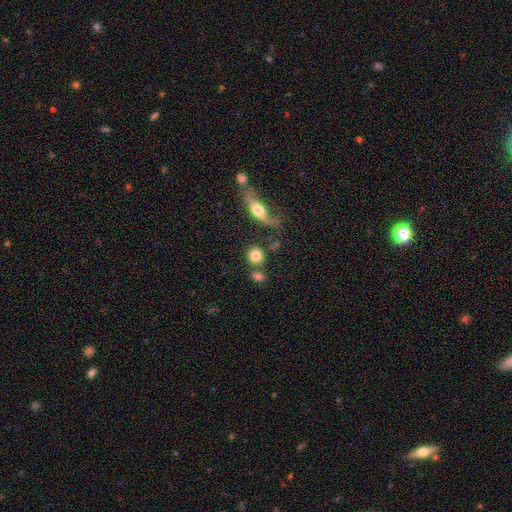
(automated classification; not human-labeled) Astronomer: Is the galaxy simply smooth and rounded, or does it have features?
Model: smooth — 79%.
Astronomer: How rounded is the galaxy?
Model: round — 82%.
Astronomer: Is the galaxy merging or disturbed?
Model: none — 67%.